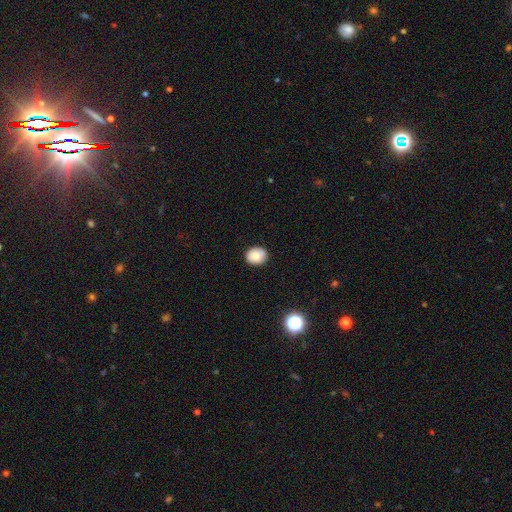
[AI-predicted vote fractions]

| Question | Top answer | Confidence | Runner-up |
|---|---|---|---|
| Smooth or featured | smooth | 86% | star or artifact (9%) |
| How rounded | round | 69% | in between (30%) |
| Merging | none | 89% | minor disturbance (8%) |